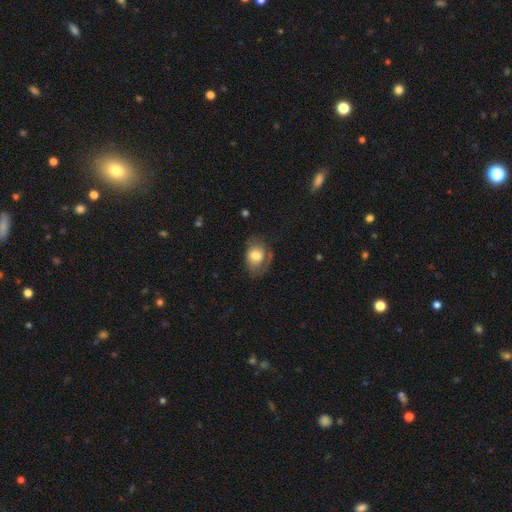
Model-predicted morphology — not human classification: Smooth or featured?
  - smooth: 65% *
  - featured or disk: 27%
  - star or artifact: 8%
How rounded?
  - in between: 67% *
  - round: 31%
  - cigar-shaped: 1%
Merging?
  - none: 48% *
  - minor disturbance: 29%
  - major disturbance: 21%
  - merger: 2%